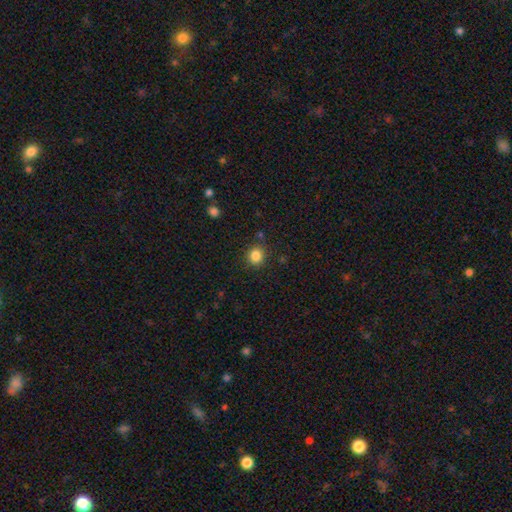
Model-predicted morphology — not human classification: smooth_or_featured: smooth (p=0.84) [alt: star or artifact p=0.11]
how_rounded: round (p=0.84) [alt: in between p=0.15]
merging: none (p=0.86) [alt: minor disturbance p=0.09]